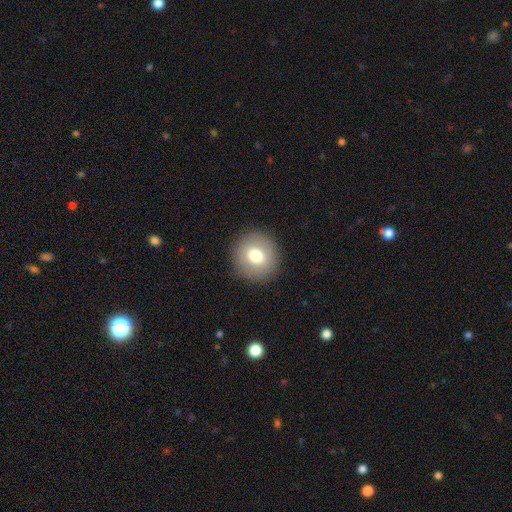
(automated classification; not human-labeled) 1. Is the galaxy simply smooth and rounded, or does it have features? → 75% smooth, 16% featured or disk, 9% star or artifact.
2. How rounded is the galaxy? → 91% round, 8% in between, 1% cigar-shaped.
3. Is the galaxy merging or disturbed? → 90% none, 6% minor disturbance, 3% major disturbance, 1% merger.